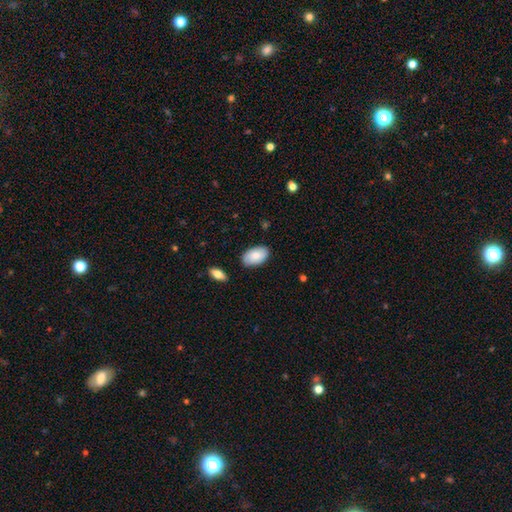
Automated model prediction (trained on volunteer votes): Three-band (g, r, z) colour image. It shows a smooth galaxy with no disk features (85%) that is in between round and cigar-shaped (94%). Merging: none (84%).